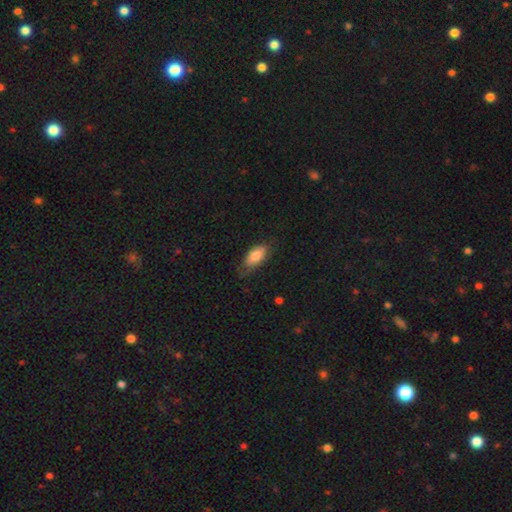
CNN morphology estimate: type=smooth (77%); roundness=in between (88%); merging=none (62%).